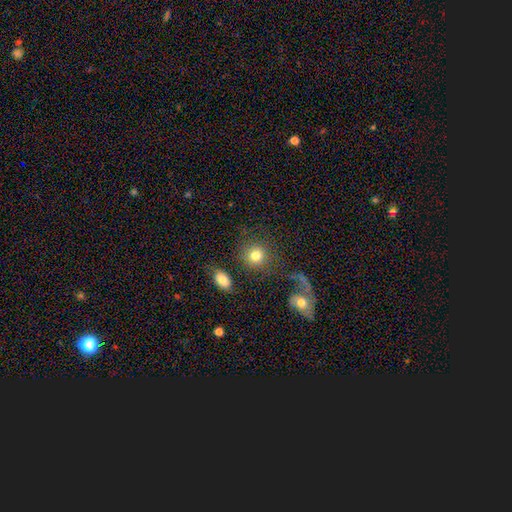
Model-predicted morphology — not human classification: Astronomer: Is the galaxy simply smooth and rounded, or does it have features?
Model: smooth — 79%.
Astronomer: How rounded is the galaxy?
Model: round — 87%.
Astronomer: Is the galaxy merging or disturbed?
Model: none — 69%.